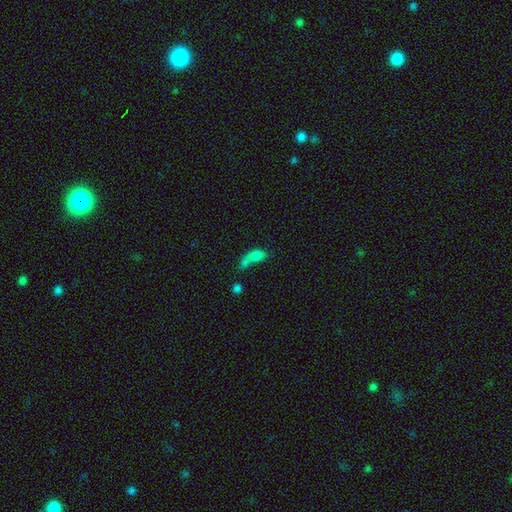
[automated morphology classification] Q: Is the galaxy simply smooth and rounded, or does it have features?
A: smooth — 70%.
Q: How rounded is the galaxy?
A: in between — 76%.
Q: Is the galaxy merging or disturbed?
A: merger — 50%.